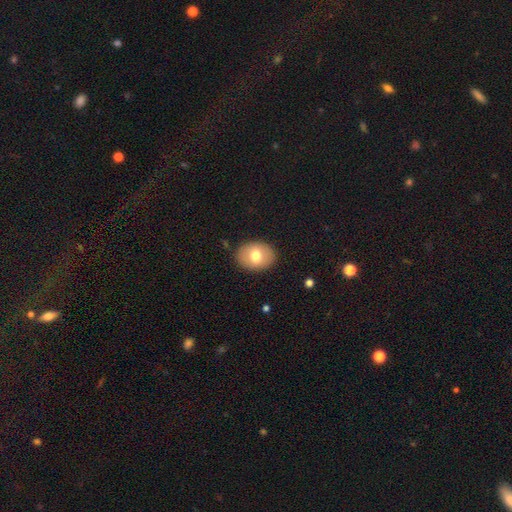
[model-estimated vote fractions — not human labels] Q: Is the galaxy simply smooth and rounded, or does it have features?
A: smooth — 71%.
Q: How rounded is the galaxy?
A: in between — 62%.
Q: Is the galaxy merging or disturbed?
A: none — 88%.